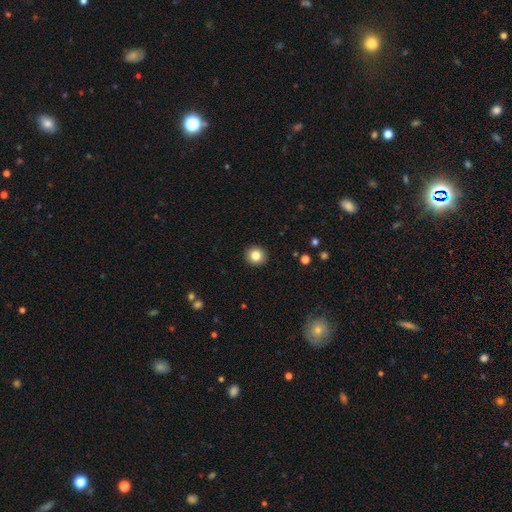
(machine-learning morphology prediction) Smooth or featured?
  - smooth: 83% *
  - star or artifact: 10%
  - featured or disk: 7%
How rounded?
  - round: 89% *
  - in between: 10%
  - cigar-shaped: 1%
Merging?
  - none: 93% *
  - minor disturbance: 5%
  - major disturbance: 1%
  - merger: 1%